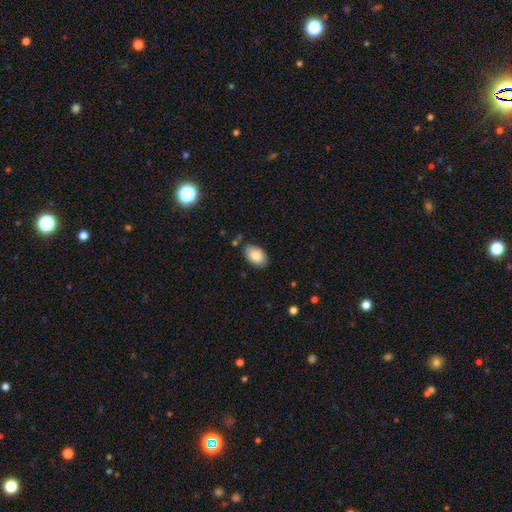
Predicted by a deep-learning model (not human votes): smooth 85%, featured or disk 8%, star or artifact 7%. Down the decision tree: how rounded — in between (91%); merging — none (81%).